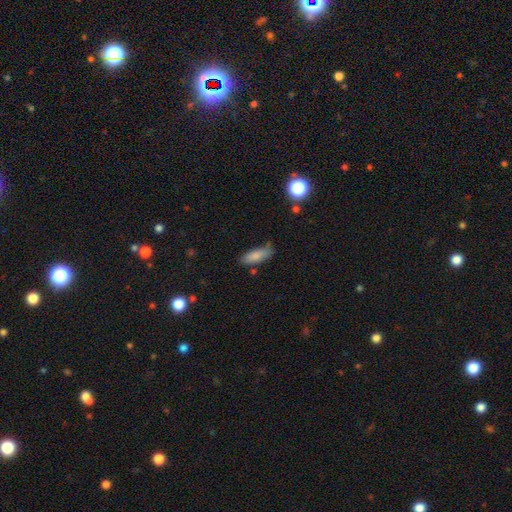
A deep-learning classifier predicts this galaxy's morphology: Q: Smooth or featured?
A: smooth (83%); runner-up: featured or disk (10%)
Q: How rounded?
A: in between (62%); runner-up: cigar-shaped (36%)
Q: Merging?
A: none (67%); runner-up: minor disturbance (23%)